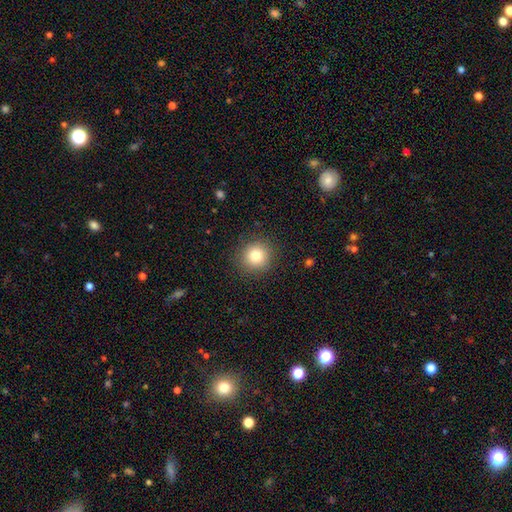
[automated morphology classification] Smooth or featured?
  - smooth: 81% *
  - star or artifact: 11%
  - featured or disk: 8%
How rounded?
  - round: 92% *
  - in between: 7%
  - cigar-shaped: 1%
Merging?
  - none: 90% *
  - minor disturbance: 7%
  - major disturbance: 3%
  - merger: 1%